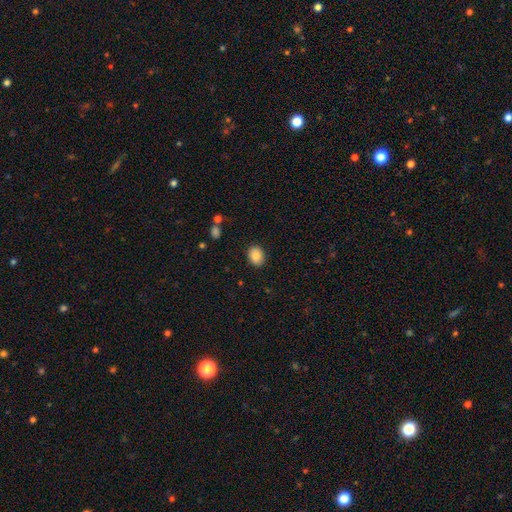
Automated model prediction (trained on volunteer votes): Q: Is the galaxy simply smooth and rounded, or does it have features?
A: smooth — 87%.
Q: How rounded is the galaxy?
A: in between — 58%.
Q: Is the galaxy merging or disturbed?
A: none — 88%.